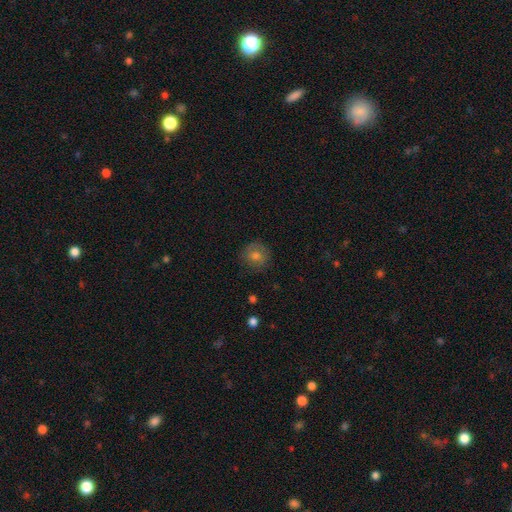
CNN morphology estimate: A smooth galaxy with no disk features (65%) that is round (89%). Merging: none (84%).